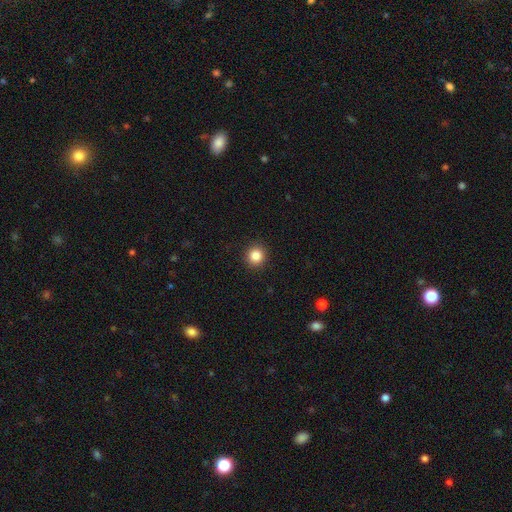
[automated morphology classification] Smooth or featured?
  - smooth: 85% *
  - star or artifact: 11%
  - featured or disk: 4%
How rounded?
  - round: 93% *
  - in between: 6%
  - cigar-shaped: 1%
Merging?
  - none: 92% *
  - minor disturbance: 5%
  - major disturbance: 2%
  - merger: 1%